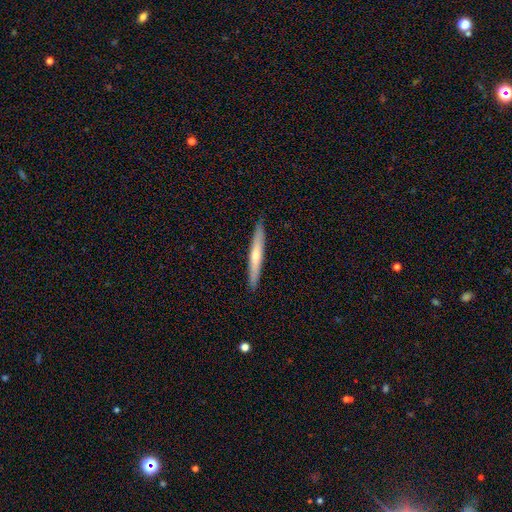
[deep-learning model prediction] Overall: smooth (47%, tied with featured or disk). Merging: none (91%).